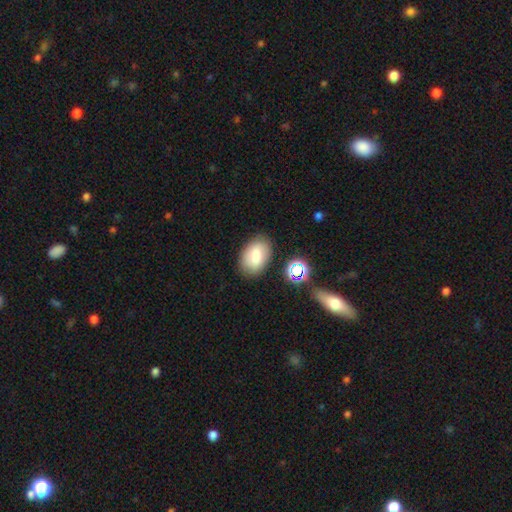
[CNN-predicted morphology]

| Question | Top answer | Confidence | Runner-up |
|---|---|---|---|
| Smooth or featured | smooth | 77% | featured or disk (13%) |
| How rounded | in between | 87% | round (12%) |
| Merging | none | 81% | minor disturbance (12%) |